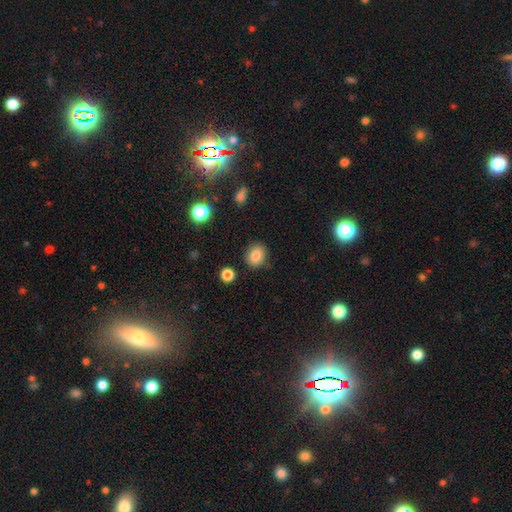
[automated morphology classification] Smooth or featured: smooth — 83% (star or artifact — 11%)
How rounded: round — 68% (in between — 31%)
Merging: none — 85% (minor disturbance — 10%)